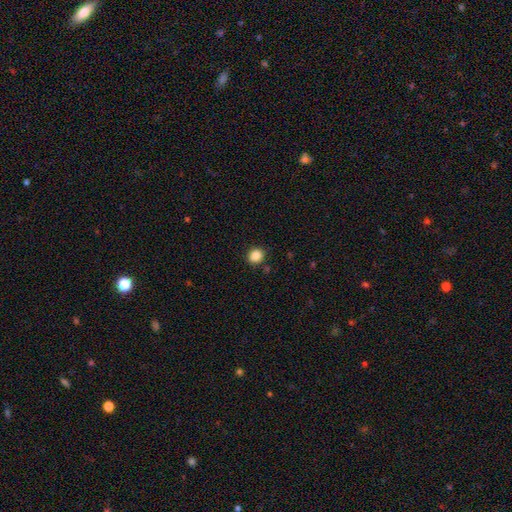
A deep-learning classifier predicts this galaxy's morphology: This is clearly a smooth galaxy (86%). How rounded: likely round (76%). Merging: clearly none (88%).